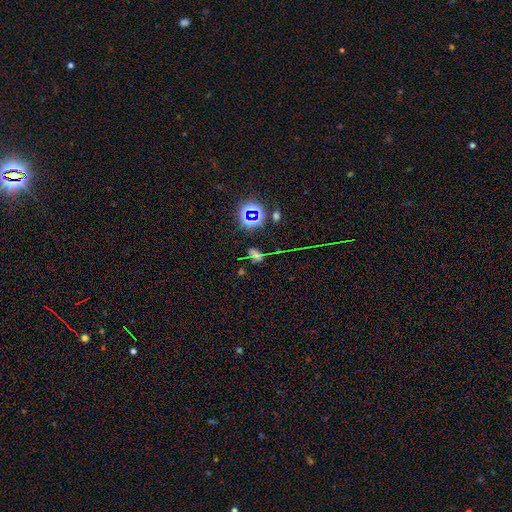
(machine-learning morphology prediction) A star or artifact, not a galaxy (48%).

Vote fractions:
- Smooth or featured? star or artifact: 48% / smooth: 38% / featured or disk: 14%